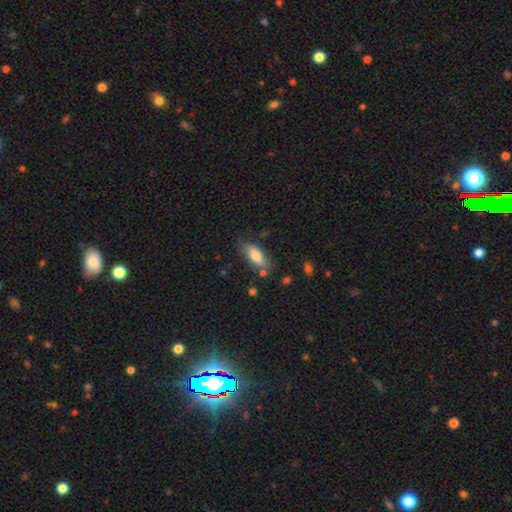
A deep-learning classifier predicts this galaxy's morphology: Overall: smooth (78%). How rounded: in between (73%). Merging: none (73%).